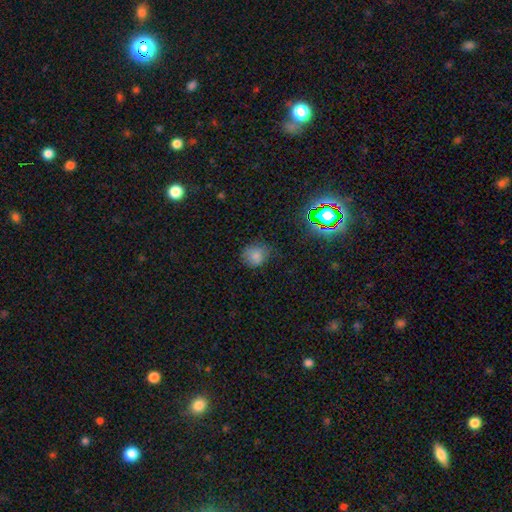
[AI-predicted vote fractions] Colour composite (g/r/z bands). It shows a smooth galaxy with no disk features (77%) that is round (80%). Merging: none (71%).